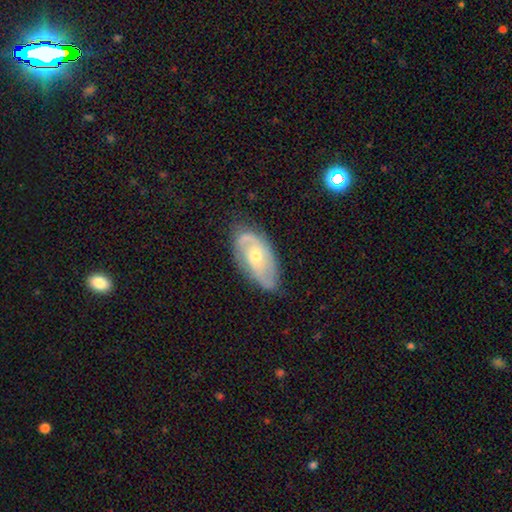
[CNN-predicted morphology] A featured or disk galaxy (69%) with no bar (68%), 2 (58%) medium (41%) spiral arms (84%) and a moderate central bulge (49%).

Vote fractions:
- Smooth or featured? featured or disk: 69% / smooth: 24% / star or artifact: 6%
- Edge-on disk? no: 93% / yes: 7%
- Bar? no: 68% / weak: 26% / strong: 5%
- Spiral arms? yes: 84% / no: 16%
- Spiral winding? medium: 41% / tight: 38% / loose: 21%
- Spiral arm count? 2: 58% / can't tell: 24% / 1: 8% / 3: 6% / 4: 2% / more than 4: 2%
- Bulge size? moderate: 49% / small: 47% / large: 2% / none: 1% / dominant: 1%
- Merging? none: 66% / minor disturbance: 25% / major disturbance: 7% / merger: 2%